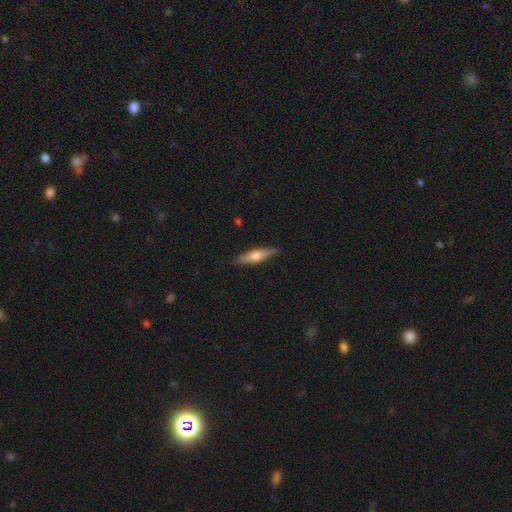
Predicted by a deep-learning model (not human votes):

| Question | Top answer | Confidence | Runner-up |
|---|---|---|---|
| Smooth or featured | smooth | 47% | tied: featured or disk (47%) |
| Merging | none | 89% | minor disturbance (9%) |